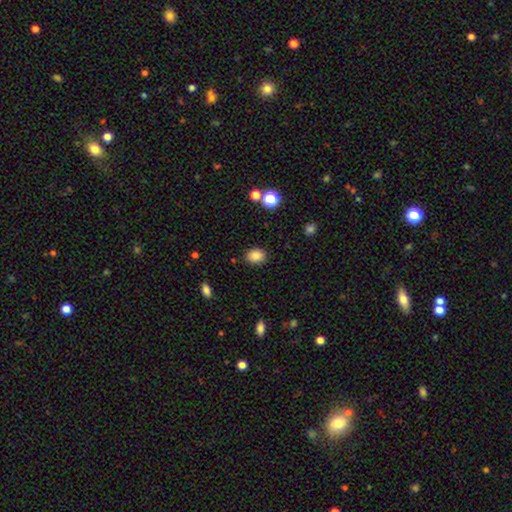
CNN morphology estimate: Q: Smooth or featured?
A: smooth (85%); runner-up: star or artifact (10%)
Q: How rounded?
A: in between (62%); runner-up: round (37%)
Q: Merging?
A: none (86%); runner-up: minor disturbance (10%)